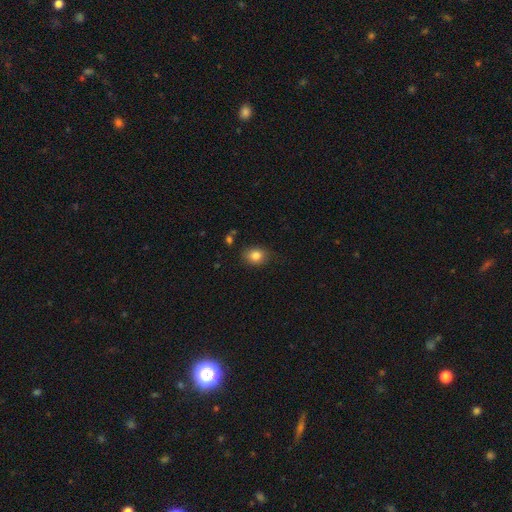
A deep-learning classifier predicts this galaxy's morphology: Smooth or featured? Predicted: smooth (p=0.83). How rounded? Predicted: round (p=0.51). Merging? Predicted: none (p=0.77).